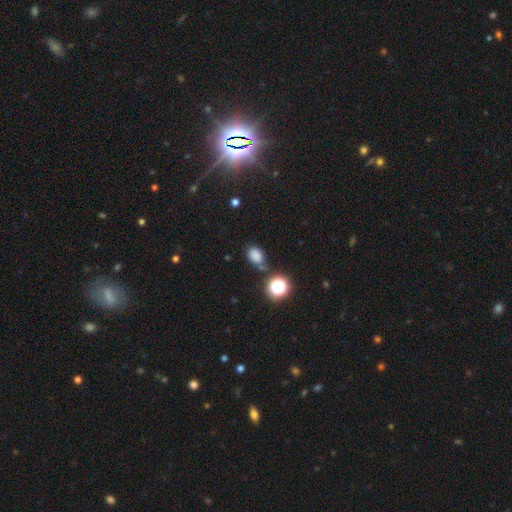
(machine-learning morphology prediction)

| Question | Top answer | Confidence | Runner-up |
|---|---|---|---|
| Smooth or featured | smooth | 78% | star or artifact (17%) |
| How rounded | in between | 69% | round (30%) |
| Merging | none | 72% | minor disturbance (16%) |